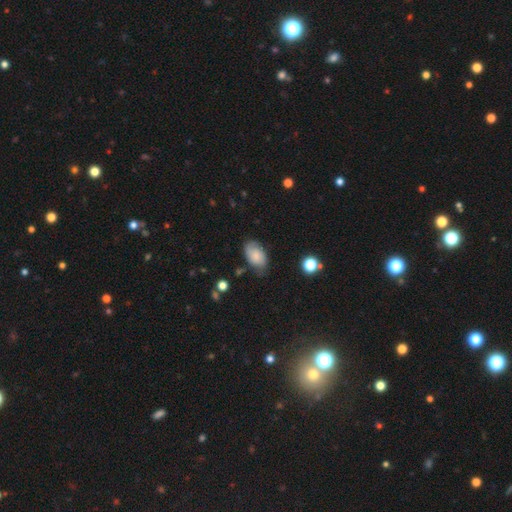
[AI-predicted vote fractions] Smooth or featured? Predicted: smooth (p=0.71). How rounded? Predicted: in between (p=0.91). Merging? Predicted: none (p=0.64).